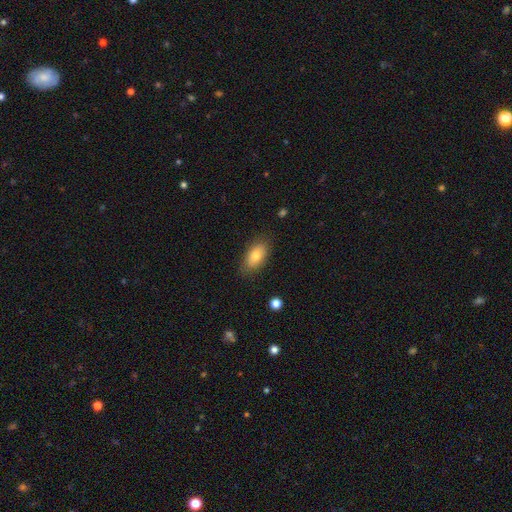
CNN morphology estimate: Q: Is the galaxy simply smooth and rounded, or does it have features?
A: smooth — 78%.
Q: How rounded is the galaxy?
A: in between — 90%.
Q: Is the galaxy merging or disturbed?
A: none — 83%.